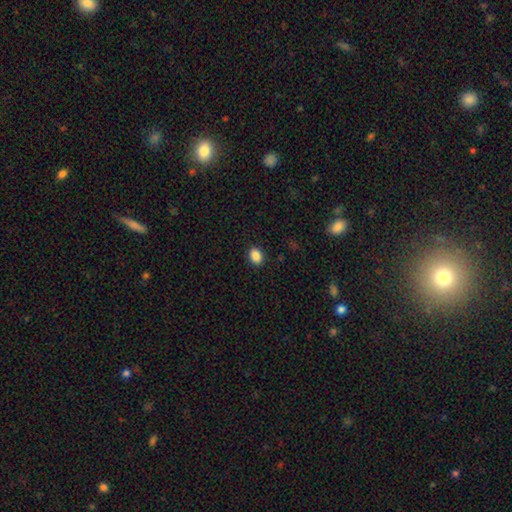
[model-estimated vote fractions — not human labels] Smooth or featured: smooth — 88% (star or artifact — 9%)
How rounded: in between — 62% (round — 37%)
Merging: none — 91% (minor disturbance — 7%)